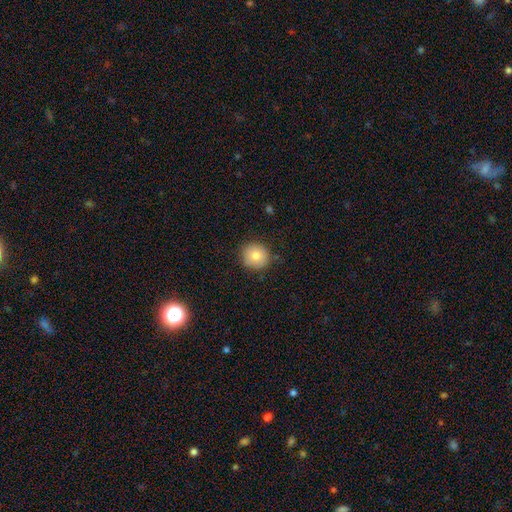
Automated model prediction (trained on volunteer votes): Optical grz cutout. It shows a smooth galaxy with no disk features (80%) that is round (91%). Merging: none (86%).